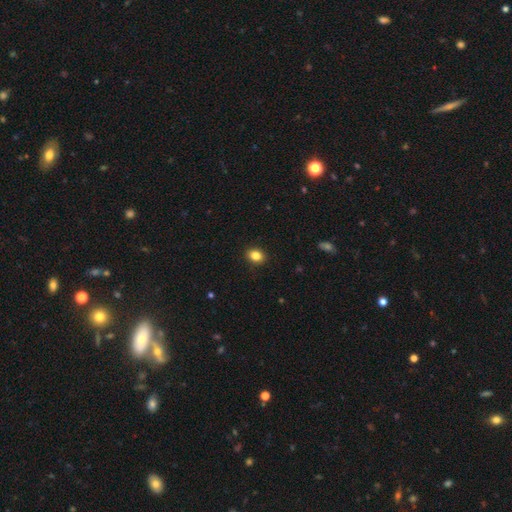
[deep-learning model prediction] This is clearly a smooth galaxy (85%). How rounded: possibly in between (51%). Merging: clearly none (91%).